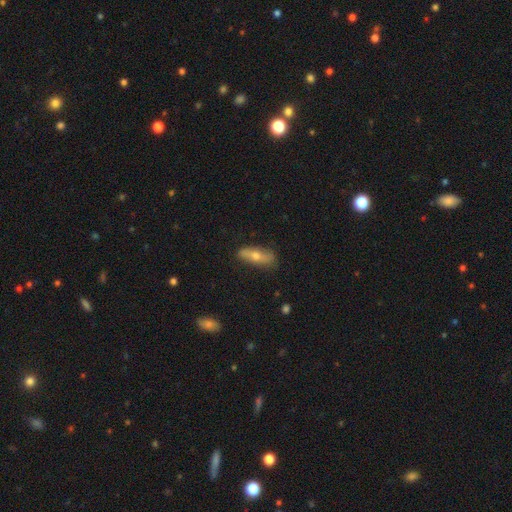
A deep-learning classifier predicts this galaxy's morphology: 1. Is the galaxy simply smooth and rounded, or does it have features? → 53% smooth, 40% featured or disk, 7% star or artifact.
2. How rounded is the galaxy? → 52% in between, 45% cigar-shaped, 4% round.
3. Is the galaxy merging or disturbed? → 77% none, 17% minor disturbance, 4% major disturbance, 2% merger.